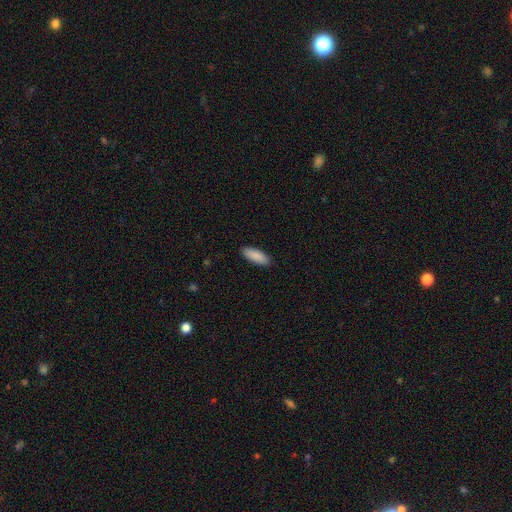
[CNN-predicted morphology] Smooth or featured: smooth — 90% (star or artifact — 6%)
How rounded: in between — 69% (cigar-shaped — 30%)
Merging: none — 90% (minor disturbance — 7%)